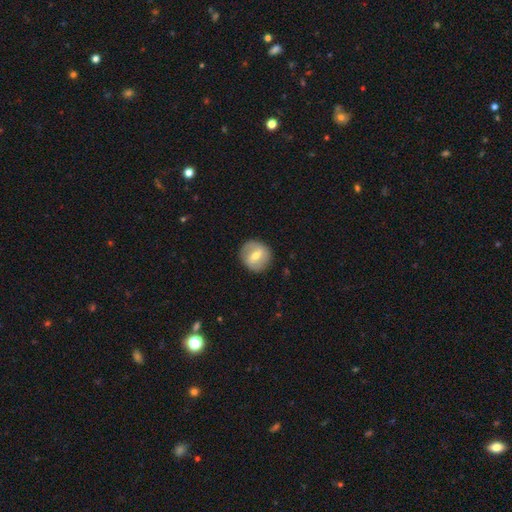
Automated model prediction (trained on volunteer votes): The model was most divided on "smooth or featured": smooth: 49%, featured or disk: 44%, star or artifact: 7%. More confident: merging — none (87%).